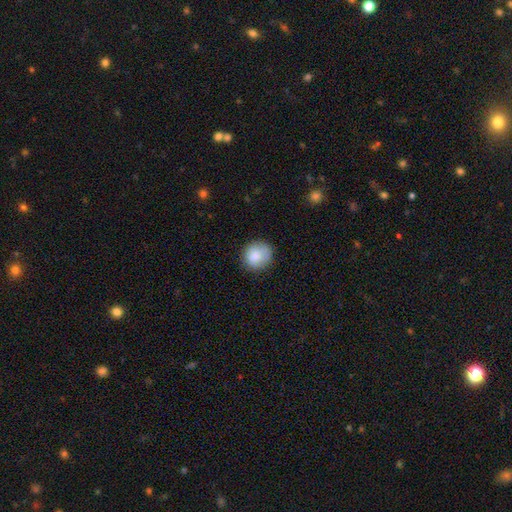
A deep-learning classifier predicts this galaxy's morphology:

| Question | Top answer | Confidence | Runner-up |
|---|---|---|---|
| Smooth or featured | smooth | 83% | featured or disk (10%) |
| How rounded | round | 87% | in between (12%) |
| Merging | none | 78% | minor disturbance (16%) |